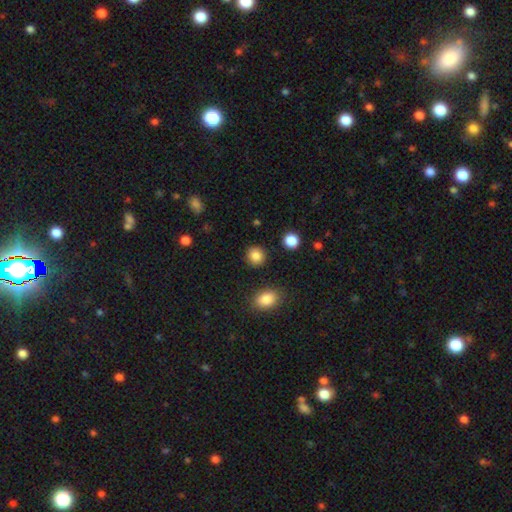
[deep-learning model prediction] Smooth or featured?
  - smooth: 86% *
  - star or artifact: 10%
  - featured or disk: 4%
How rounded?
  - round: 88% *
  - in between: 11%
  - cigar-shaped: 1%
Merging?
  - none: 90% *
  - minor disturbance: 6%
  - major disturbance: 2%
  - merger: 2%